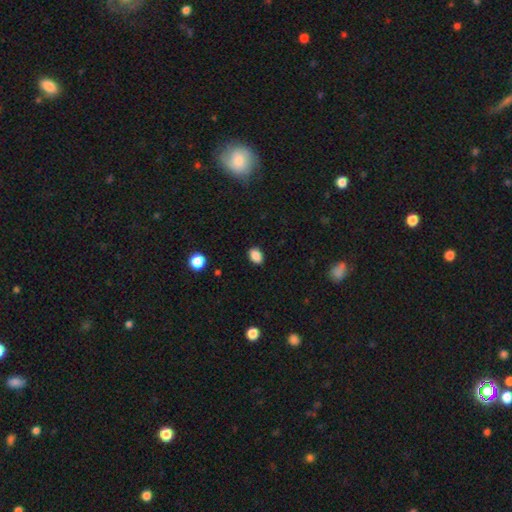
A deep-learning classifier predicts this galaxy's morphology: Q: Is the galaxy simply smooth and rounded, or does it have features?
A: smooth — 87%.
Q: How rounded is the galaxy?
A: in between — 78%.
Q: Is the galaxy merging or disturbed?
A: none — 88%.